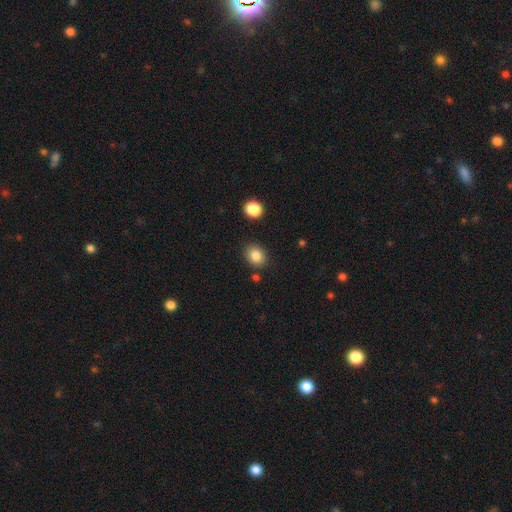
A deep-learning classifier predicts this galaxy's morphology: A smooth galaxy with no disk features (85%) that is round (51%). Merging: none (84%).